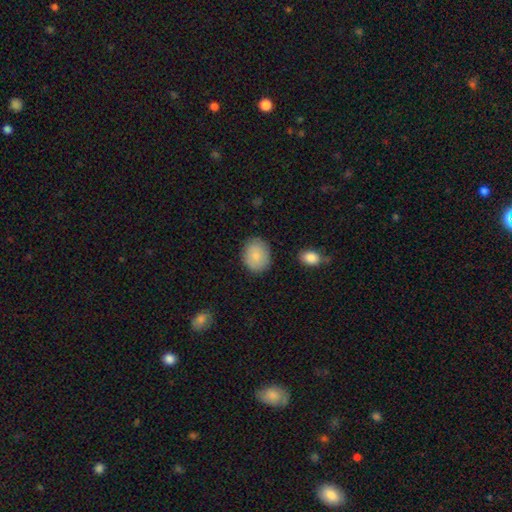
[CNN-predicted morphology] Overall: smooth (85%). How rounded: in between (52%; round 47%). Merging: none (83%).